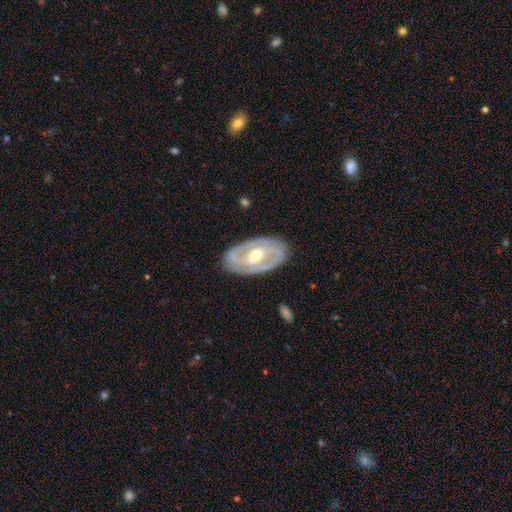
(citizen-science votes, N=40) This appears to be a featured or disk galaxy (90%) with a weak bar (58%), 2 (89%) tight (50%) spiral arms (100%) and a moderate central bulge (78%). Merging: none (97%).